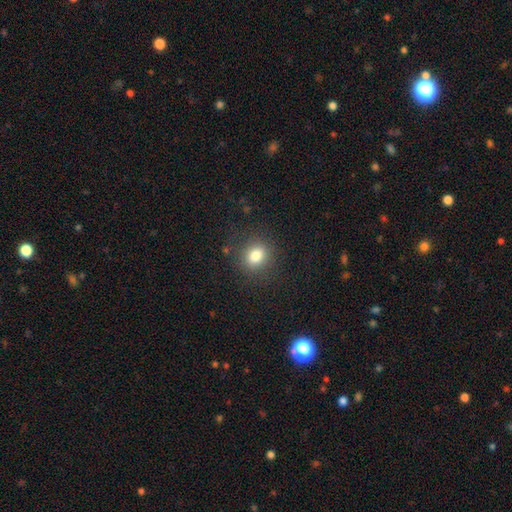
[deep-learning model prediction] Smooth or featured? Predicted: smooth (p=0.81). How rounded? Predicted: round (p=0.66). Merging? Predicted: none (p=0.86).